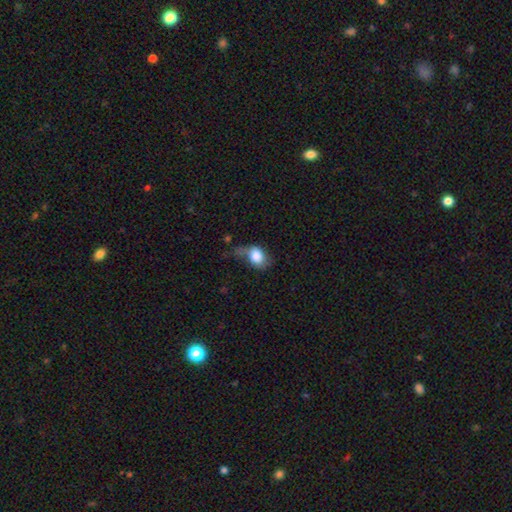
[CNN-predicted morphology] A smooth galaxy with no disk features (76%) that is in between round and cigar-shaped (67%).

Vote fractions:
- Smooth or featured? smooth: 76% / featured or disk: 16% / star or artifact: 8%
- How rounded? in between: 67% / round: 31% / cigar-shaped: 1%
- Merging? minor disturbance: 33% / none: 30% / major disturbance: 30% / merger: 7%